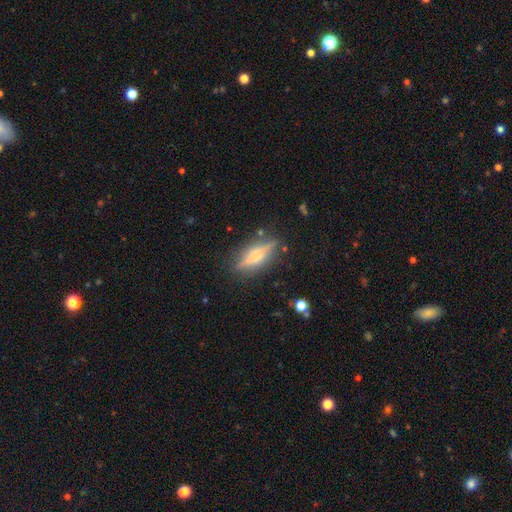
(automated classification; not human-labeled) This appears to be a featured or disk galaxy (65%) viewed edge-on (92%) with a rounded central bulge (85%). Merging: none (83%).